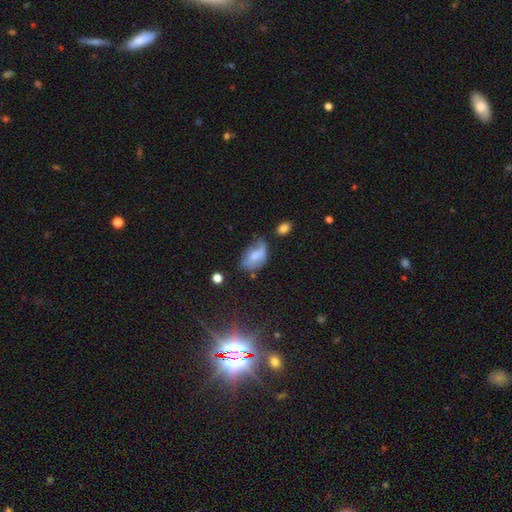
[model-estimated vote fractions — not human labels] This is possibly a smooth galaxy (58%). How rounded: clearly in between (89%). Merging: marginally minor disturbance (37%).